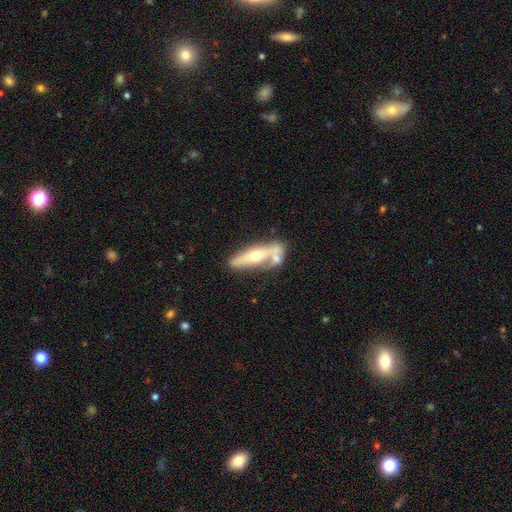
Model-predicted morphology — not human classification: Smooth or featured? featured or disk (56%)
Edge-on disk? yes (67%)
Merging? none (46%)